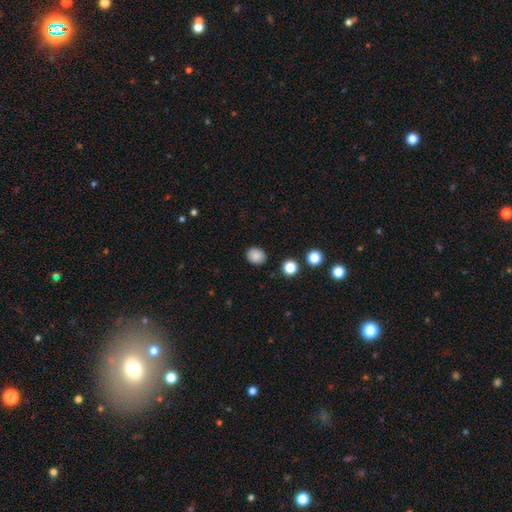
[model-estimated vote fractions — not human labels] The model was most divided on "how rounded": round: 64%, in between: 35%, cigar-shaped: 1%. More confident: merging — none (89%); smooth or featured — smooth (86%).